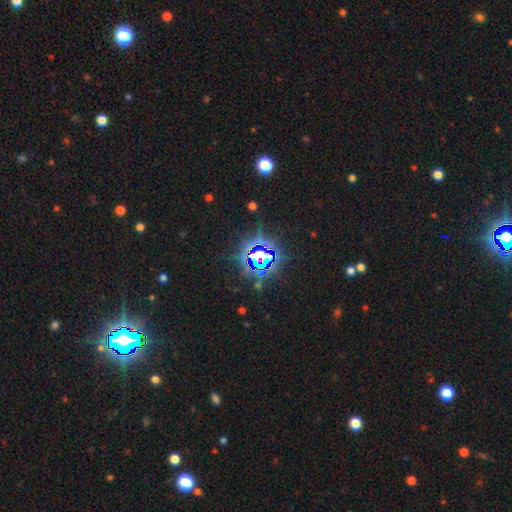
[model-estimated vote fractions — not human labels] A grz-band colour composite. It shows a star or artifact, not a galaxy (80%).